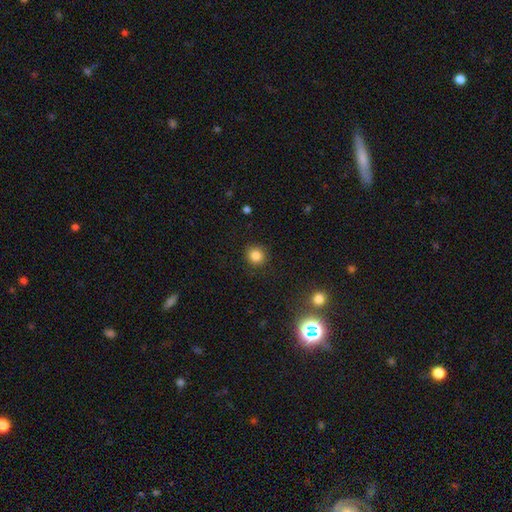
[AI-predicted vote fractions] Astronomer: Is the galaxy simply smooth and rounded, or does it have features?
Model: smooth — 84%.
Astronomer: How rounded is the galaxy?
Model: round — 91%.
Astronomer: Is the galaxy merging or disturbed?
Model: none — 90%.